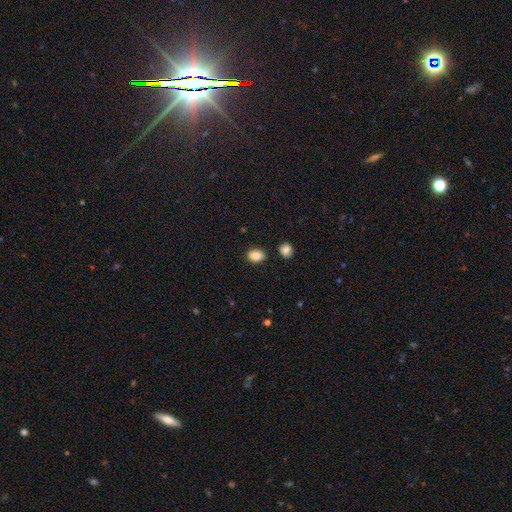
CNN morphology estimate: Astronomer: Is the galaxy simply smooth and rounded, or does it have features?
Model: smooth — 88%.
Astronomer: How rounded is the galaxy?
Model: in between — 77%.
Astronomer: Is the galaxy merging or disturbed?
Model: none — 84%.